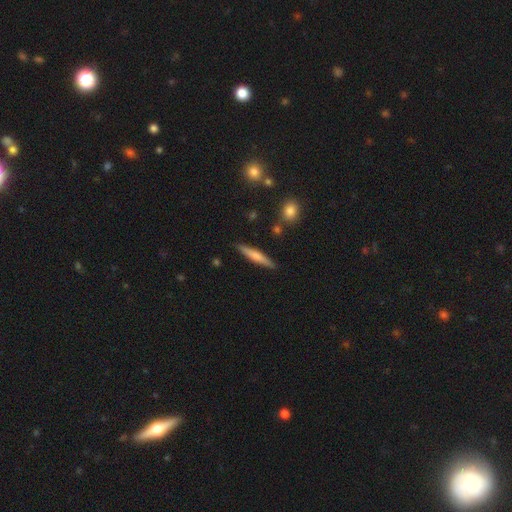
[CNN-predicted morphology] smooth_or_featured: smooth (p=0.57) [alt: featured or disk p=0.37]
how_rounded: cigar-shaped (p=0.91) [alt: in between p=0.08]
merging: none (p=0.87) [alt: minor disturbance p=0.08]